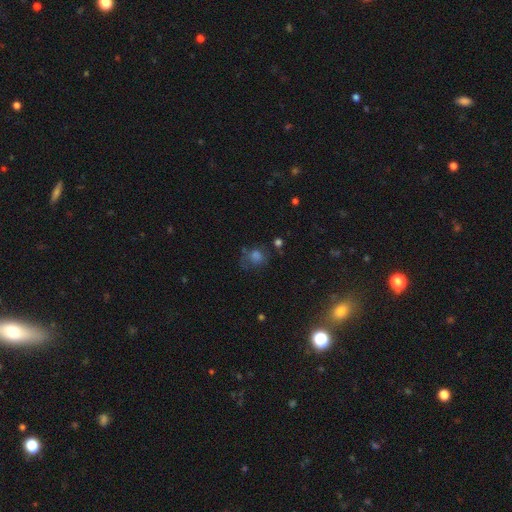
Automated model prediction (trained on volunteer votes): smooth_or_featured: smooth (p=0.53) [alt: star or artifact p=0.28]
how_rounded: round (p=0.67) [alt: in between p=0.31]
merging: none (p=0.55) [alt: minor disturbance p=0.22]